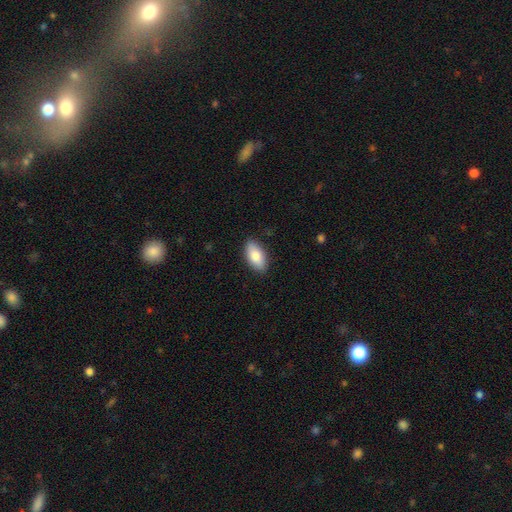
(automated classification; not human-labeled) A smooth galaxy with no disk features (82%) that is in between round and cigar-shaped (92%). Merging: none (87%).